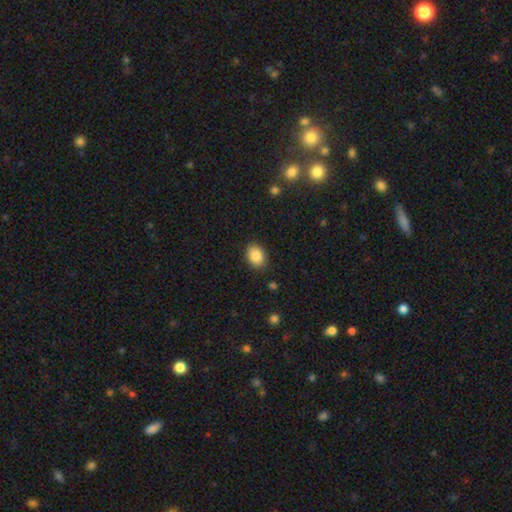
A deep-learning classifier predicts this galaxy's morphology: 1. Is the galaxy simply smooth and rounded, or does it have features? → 88% smooth, 8% star or artifact, 4% featured or disk.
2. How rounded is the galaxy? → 71% in between, 28% round, 1% cigar-shaped.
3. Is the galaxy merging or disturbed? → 86% none, 10% minor disturbance, 2% major disturbance, 1% merger.